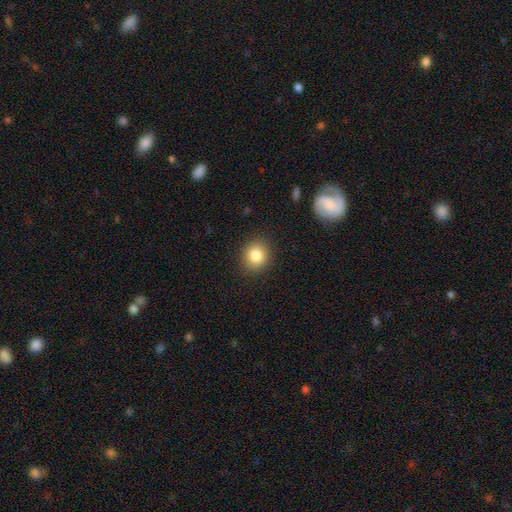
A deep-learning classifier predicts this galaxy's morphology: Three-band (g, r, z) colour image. It shows a smooth galaxy with no disk features (83%) that is round (82%). Merging: none (90%).